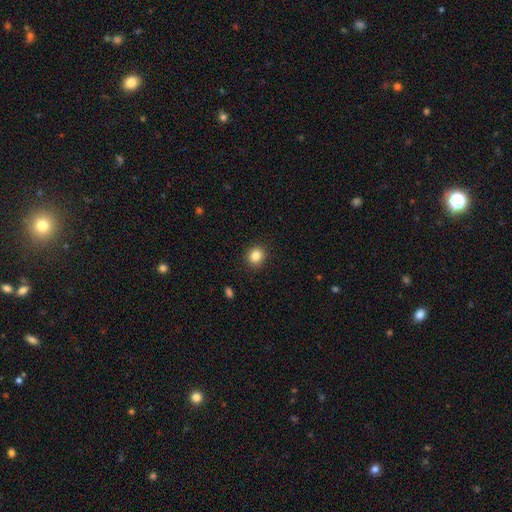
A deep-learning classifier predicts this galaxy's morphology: This is clearly a smooth galaxy (84%). How rounded: clearly round (81%). Merging: clearly none (90%).